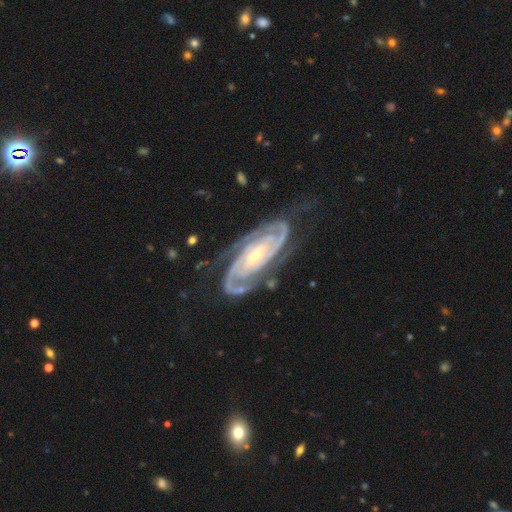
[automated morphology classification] featured or disk 93%, star or artifact 4%, smooth 3%. Down the decision tree: edge-on disk — no (95%); bar — no (42%); spiral arms — yes (99%); spiral arm count — 2 (72%); spiral winding — tight (73%); bulge size — small (60%); merging — none (75%).